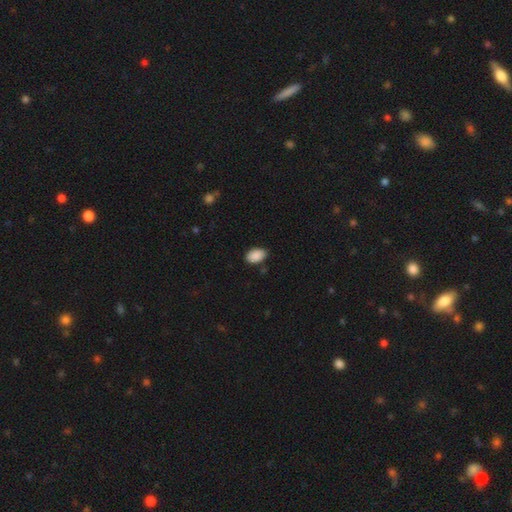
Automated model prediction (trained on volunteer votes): Smooth or featured?
  - smooth: 89% *
  - star or artifact: 7%
  - featured or disk: 3%
How rounded?
  - in between: 90% *
  - round: 9%
  - cigar-shaped: 1%
Merging?
  - none: 79% *
  - minor disturbance: 16%
  - major disturbance: 3%
  - merger: 2%